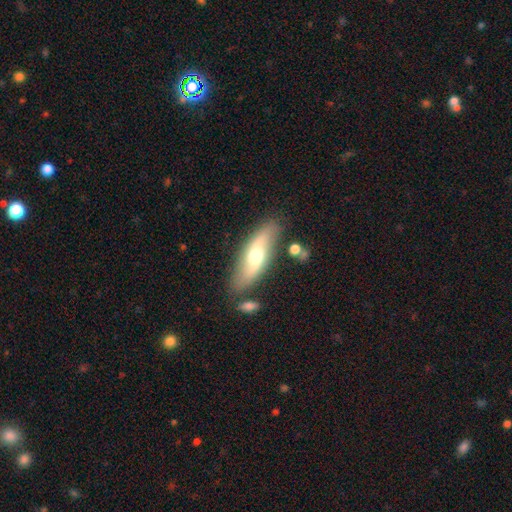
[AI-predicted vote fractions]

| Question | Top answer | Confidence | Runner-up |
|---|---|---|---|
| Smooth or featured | featured or disk | 49% | smooth (45%) |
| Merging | none | 79% | minor disturbance (13%) |